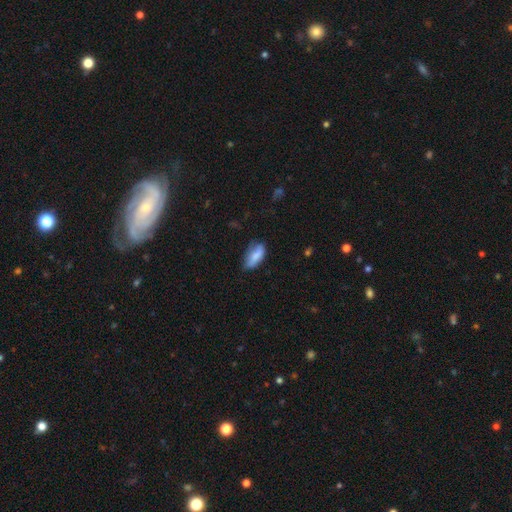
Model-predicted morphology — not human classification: smooth 80%, featured or disk 13%, star or artifact 7%. Down the decision tree: how rounded — in between (83%); merging — none (52%).